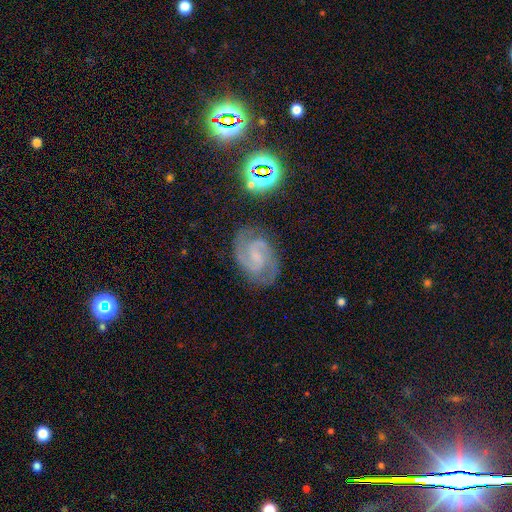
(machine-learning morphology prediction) The model was most divided on "bulge size": small: 49%, none: 32%, moderate: 16%, large: 2%, dominant: 1%. More confident: spiral arms — yes (98%); edge-on disk — no (98%); spiral arm count — 2 (89%); smooth or featured — featured or disk (86%); merging — none (79%); spiral winding — medium (55%); bar — weak (53%).